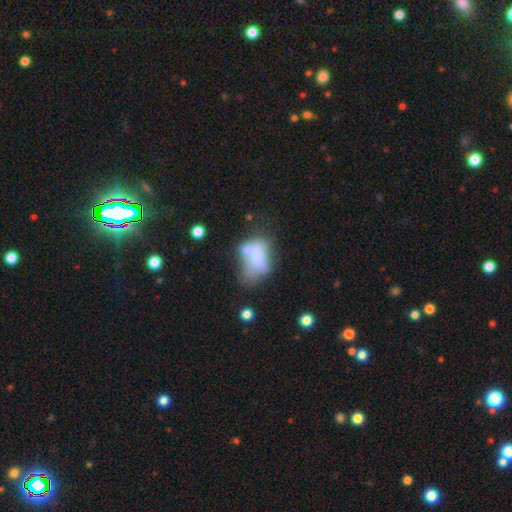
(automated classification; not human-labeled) This is possibly a smooth galaxy (54%). How rounded: clearly in between (85%). Merging: marginally merger (30%).